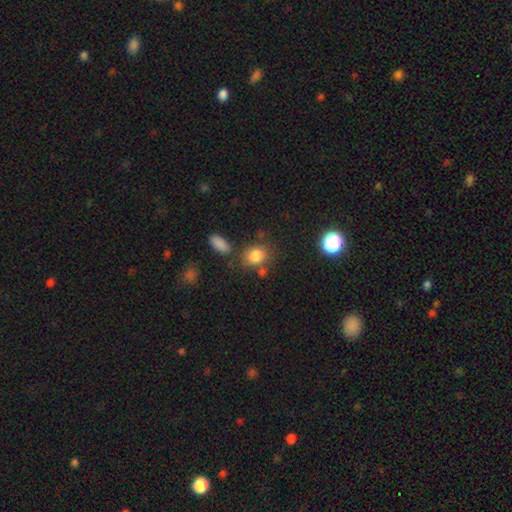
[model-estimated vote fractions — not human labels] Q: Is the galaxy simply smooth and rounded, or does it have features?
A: smooth — 82%.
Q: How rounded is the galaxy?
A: round — 53%.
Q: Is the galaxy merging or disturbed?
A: none — 68%.